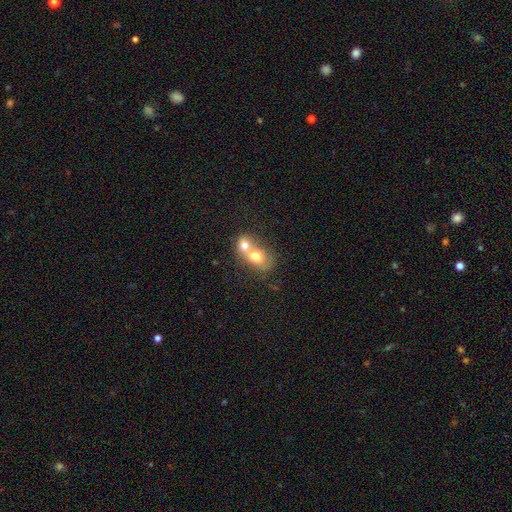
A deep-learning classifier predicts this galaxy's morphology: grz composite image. It shows a smooth galaxy with no disk features (69%) that is round (51%). Merging: merger (77%).